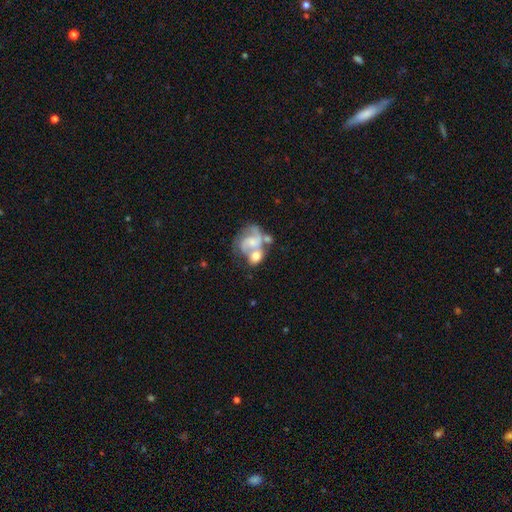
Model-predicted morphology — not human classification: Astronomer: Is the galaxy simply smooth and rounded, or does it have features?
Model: featured or disk — 66%.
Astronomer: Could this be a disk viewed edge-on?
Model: no — 98%.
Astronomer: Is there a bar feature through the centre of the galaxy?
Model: no — 65%.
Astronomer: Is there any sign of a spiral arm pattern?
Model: yes — 81%.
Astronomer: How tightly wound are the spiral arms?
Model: medium — 48% (runner-up: loose, 29%).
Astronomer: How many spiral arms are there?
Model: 2 — 67%.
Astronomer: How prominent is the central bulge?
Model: small — 37% (runner-up: moderate, 33%).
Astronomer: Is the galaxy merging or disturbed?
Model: merger — 46% (runner-up: none, 27%).